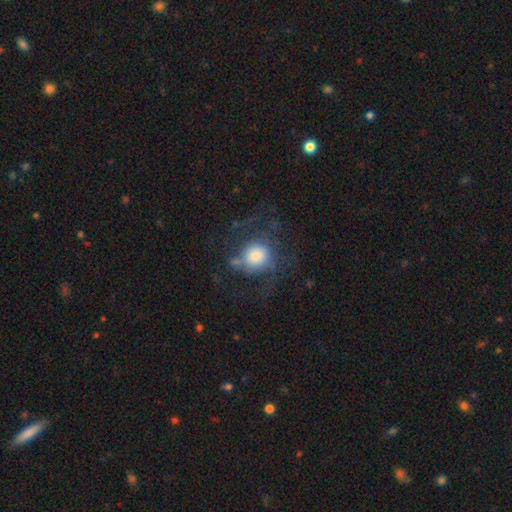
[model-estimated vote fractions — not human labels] The model was most divided on "smooth or featured": smooth: 55%, featured or disk: 33%, star or artifact: 12%. Remaining: how rounded — round (83%); merging — none (49%).